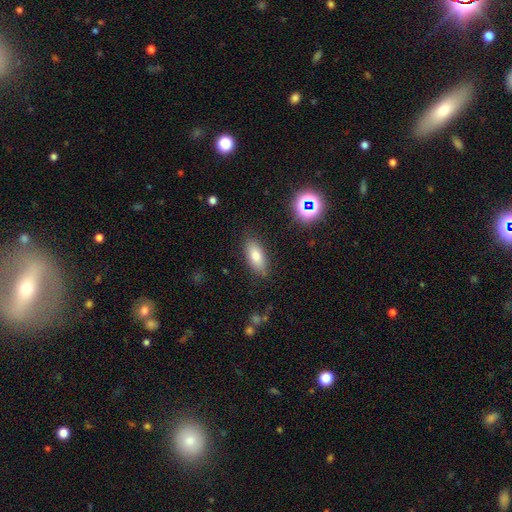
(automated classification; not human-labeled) Overall: smooth (79%). How rounded: in between (83%). Merging: none (84%).